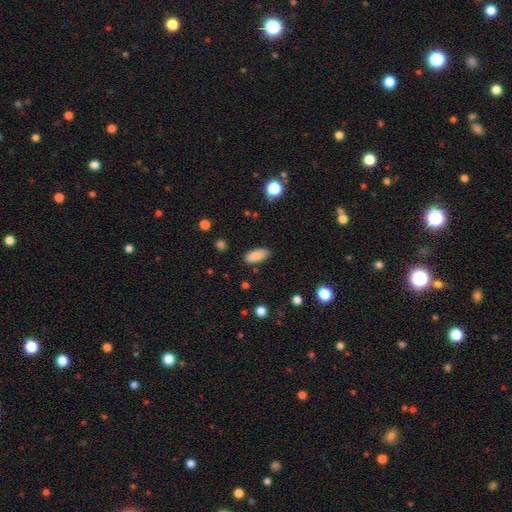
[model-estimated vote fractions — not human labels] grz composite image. It shows a smooth galaxy with no disk features (87%) that is in between round and cigar-shaped (88%). Merging: none (87%).